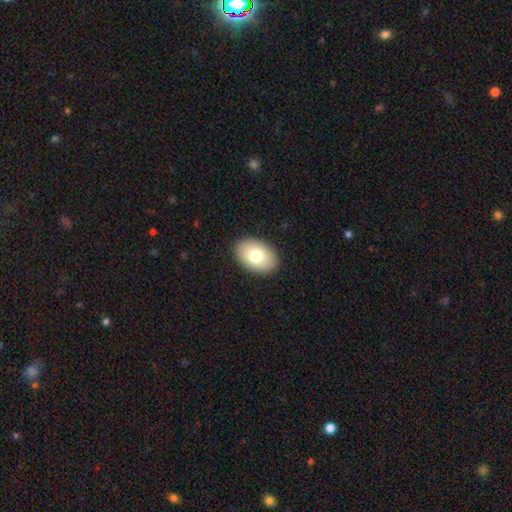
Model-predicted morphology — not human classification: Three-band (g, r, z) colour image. It shows a smooth galaxy with no disk features (77%) that is in between round and cigar-shaped (88%). Merging: none (90%).